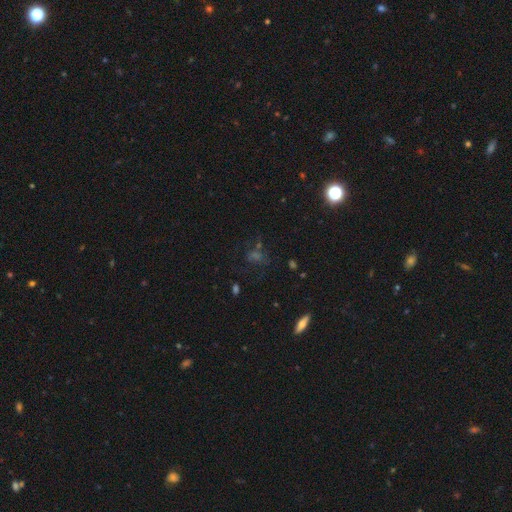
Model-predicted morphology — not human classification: This is possibly a star or artifact rather than a galaxy (47%).